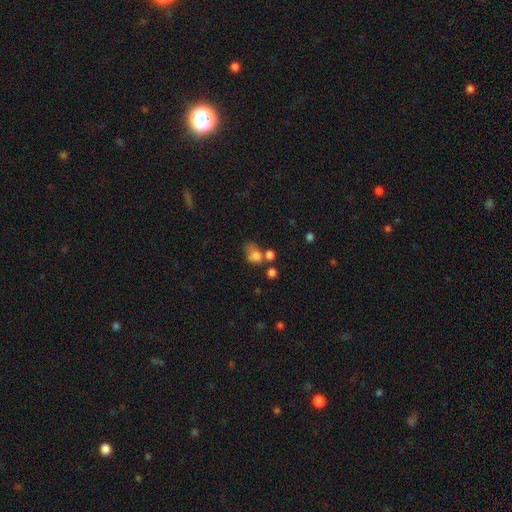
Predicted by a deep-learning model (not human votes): smooth 74%, featured or disk 14%, star or artifact 13%. Down the decision tree: how rounded — in between (60%); merging — merger (32%).